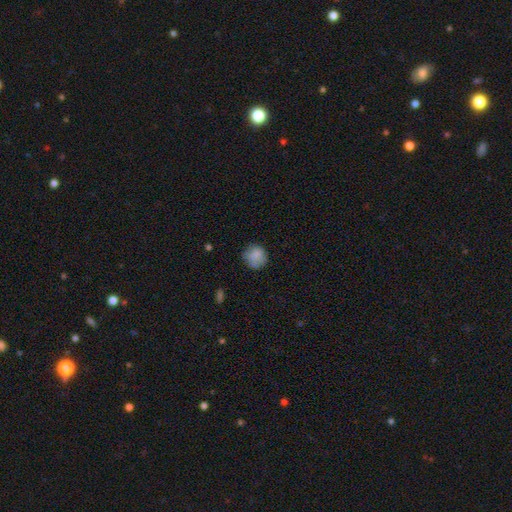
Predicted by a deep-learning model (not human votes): Smooth or featured? Predicted: smooth (p=0.81). How rounded? Predicted: round (p=0.87). Merging? Predicted: none (p=0.70).